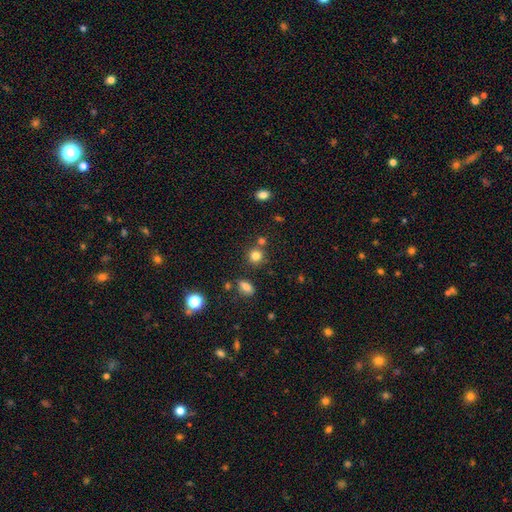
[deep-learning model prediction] The model was most divided on "merging": none: 73%, merger: 15%, minor disturbance: 9%, major disturbance: 3%. More confident: how rounded — round (89%); smooth or featured — smooth (79%).